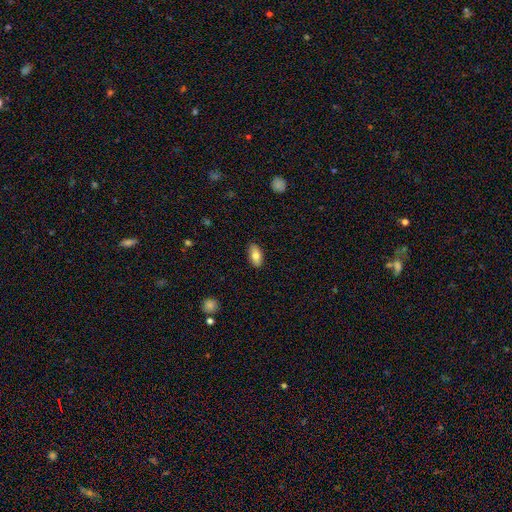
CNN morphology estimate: Smooth or featured: smooth — 79% (featured or disk — 15%)
How rounded: in between — 90% (cigar-shaped — 7%)
Merging: none — 88% (minor disturbance — 9%)